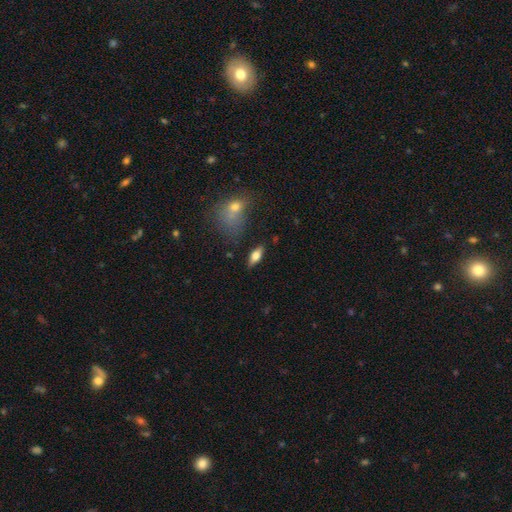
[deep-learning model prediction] This appears to be a smooth galaxy with no disk features (58%) that is in between round and cigar-shaped (73%). Merging: none (82%).